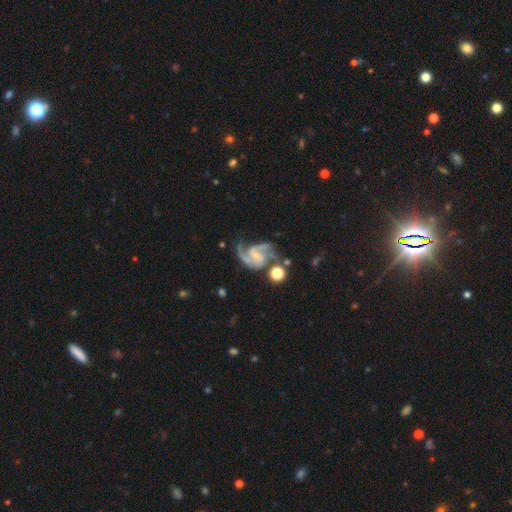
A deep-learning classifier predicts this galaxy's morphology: Smooth or featured: featured or disk — 91% (star or artifact — 5%)
Edge-on disk: no — 98% (yes — 2%)
Bar: weak — 46% (no — 39%)
Spiral arms: yes — 98% (no — 2%)
Spiral winding: medium — 60% (loose — 21%)
Spiral arm count: 2 — 68% (3 — 20%)
Bulge size: small — 63% (moderate — 19%)
Merging: none — 53% (minor disturbance — 21%)